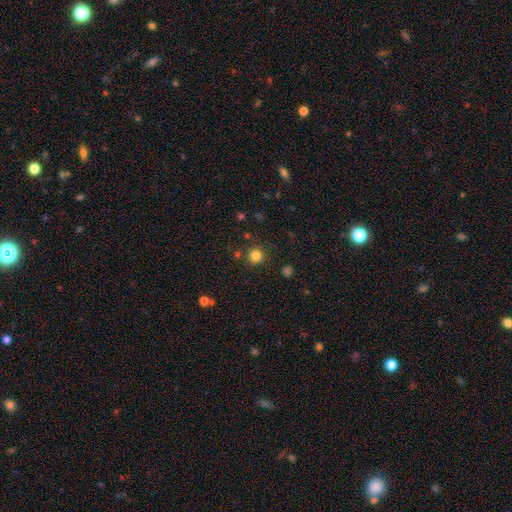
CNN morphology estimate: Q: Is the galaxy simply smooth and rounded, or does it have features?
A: smooth — 82%.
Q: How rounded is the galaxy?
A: round — 95%.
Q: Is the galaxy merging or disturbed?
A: none — 88%.